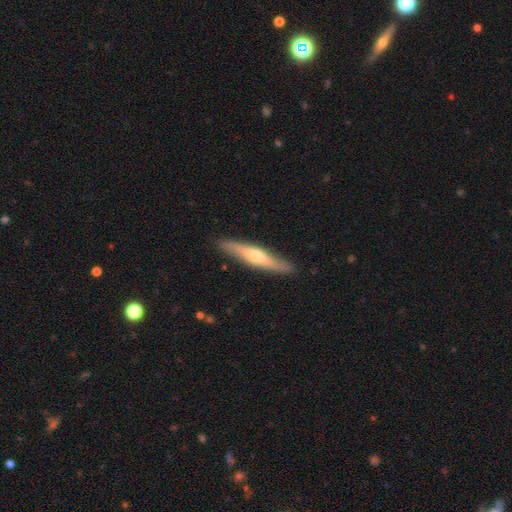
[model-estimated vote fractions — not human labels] A featured or disk galaxy (57%) viewed edge-on (87%). Merging: none (88%).